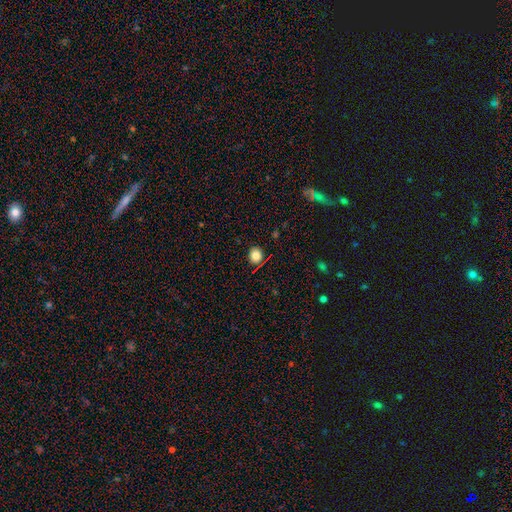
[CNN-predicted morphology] A smooth galaxy with no disk features (80%) that is round (78%).

Vote fractions:
- Smooth or featured? smooth: 80% / star or artifact: 12% / featured or disk: 7%
- How rounded? round: 78% / in between: 21% / cigar-shaped: 1%
- Merging? none: 86% / minor disturbance: 10% / major disturbance: 2% / merger: 1%